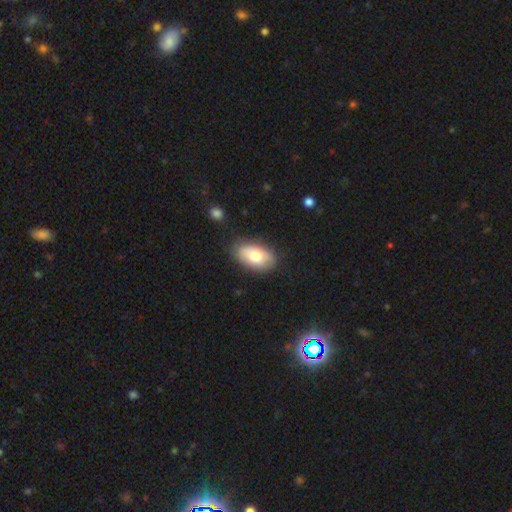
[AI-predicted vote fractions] smooth-or-featured: smooth: 70% | featured or disk: 24% | star or artifact: 7%
  how-rounded: in between: 92% | round: 6% | cigar-shaped: 2%
  merging: none: 80% | minor disturbance: 15% | major disturbance: 4% | merger: 2%